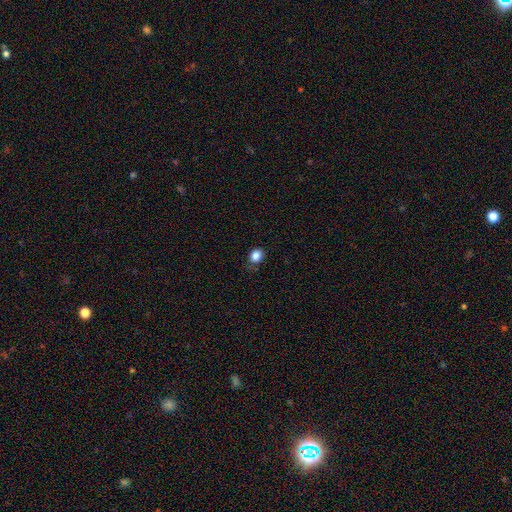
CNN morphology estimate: A smooth galaxy with no disk features (84%) that is round (55%). Merging: none (74%).